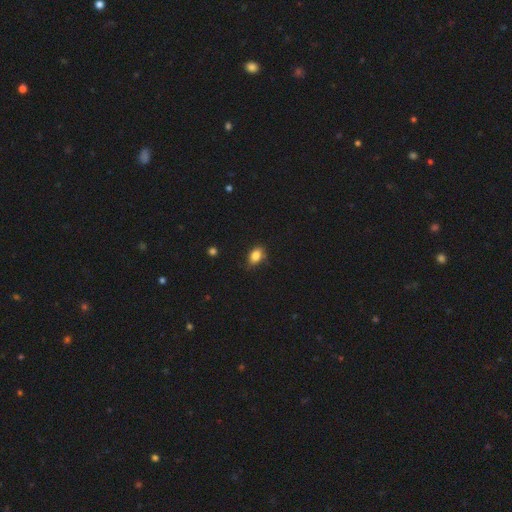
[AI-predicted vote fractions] A smooth galaxy with no disk features (84%) that is in between round and cigar-shaped (81%).

Vote fractions:
- Smooth or featured? smooth: 84% / star or artifact: 9% / featured or disk: 7%
- How rounded? in between: 81% / round: 18% / cigar-shaped: 2%
- Merging? none: 72% / minor disturbance: 23% / major disturbance: 4% / merger: 2%